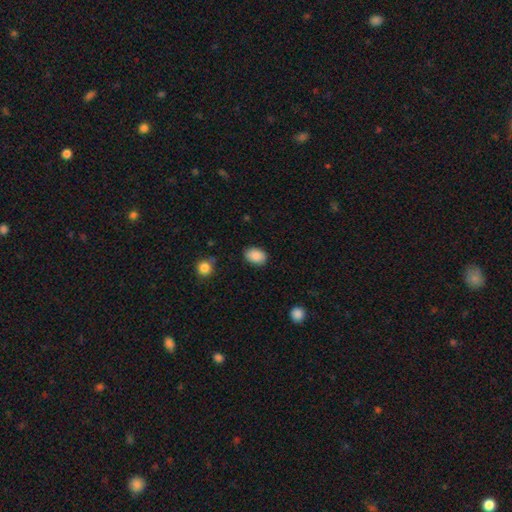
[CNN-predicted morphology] smooth-or-featured: smooth: 89% | star or artifact: 7% | featured or disk: 4%
  how-rounded: in between: 80% | round: 19% | cigar-shaped: 1%
  merging: none: 84% | minor disturbance: 12% | major disturbance: 3% | merger: 1%